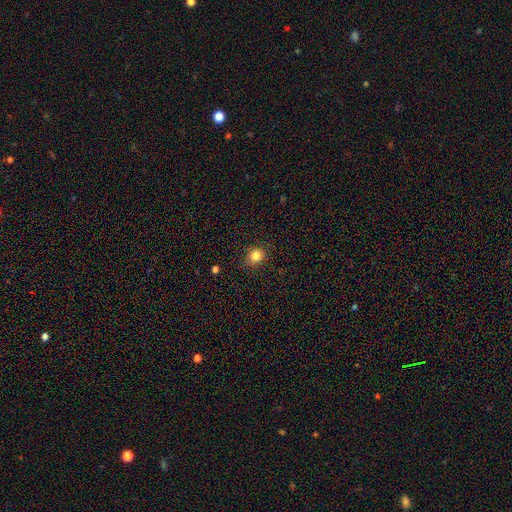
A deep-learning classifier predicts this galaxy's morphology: Smooth or featured: smooth — 83% (star or artifact — 12%)
How rounded: round — 73% (in between — 26%)
Merging: none — 84% (minor disturbance — 12%)